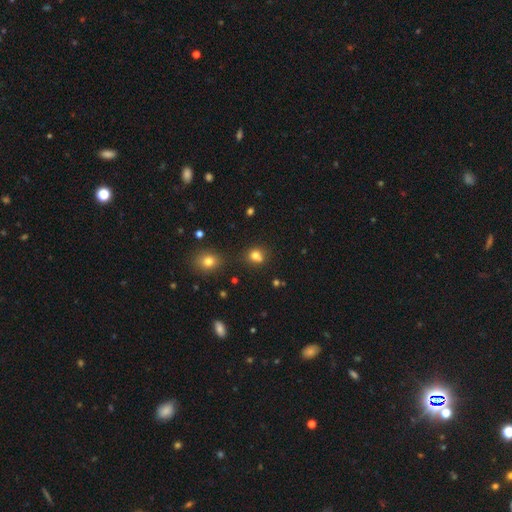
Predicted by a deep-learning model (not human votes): smooth-or-featured: smooth: 75% | star or artifact: 16% | featured or disk: 9%
  how-rounded: round: 73% | in between: 26% | cigar-shaped: 1%
  merging: none: 59% | merger: 22% | minor disturbance: 14% | major disturbance: 5%